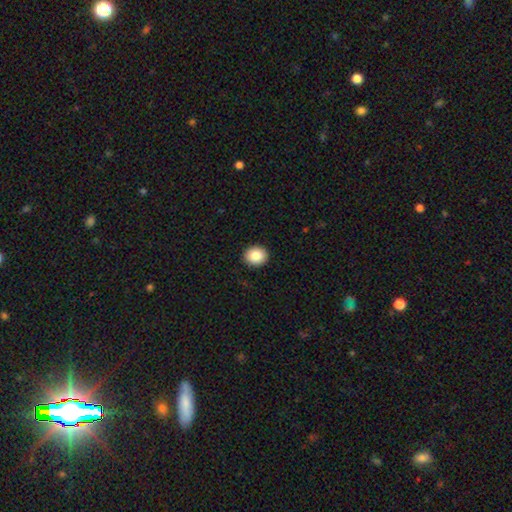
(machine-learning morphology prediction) The model was most divided on "how rounded": round: 70%, in between: 29%, cigar-shaped: 1%. More confident: merging — none (92%); smooth or featured — smooth (85%).